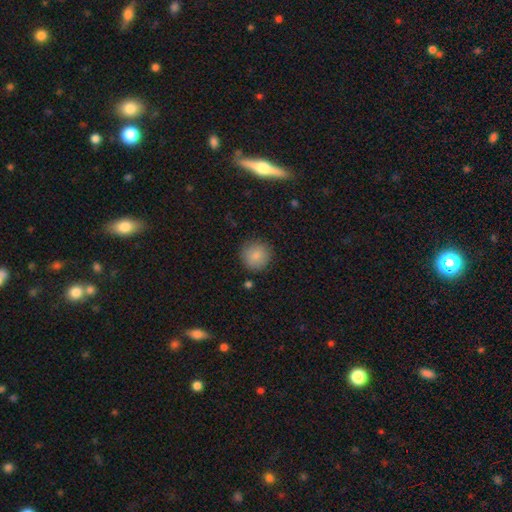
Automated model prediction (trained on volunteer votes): Smooth or featured: smooth — 87% (star or artifact — 8%)
How rounded: round — 94% (in between — 5%)
Merging: none — 88% (minor disturbance — 8%)